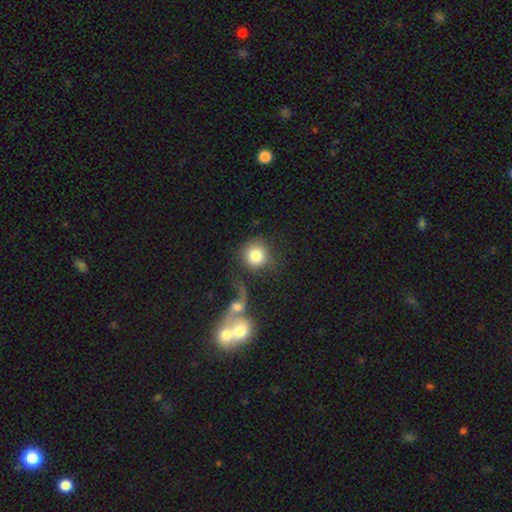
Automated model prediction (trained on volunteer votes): smooth_or_featured: smooth (p=0.80) [alt: featured or disk p=0.12]
how_rounded: round (p=0.91) [alt: in between p=0.08]
merging: none (p=0.54) [alt: merger p=0.21]